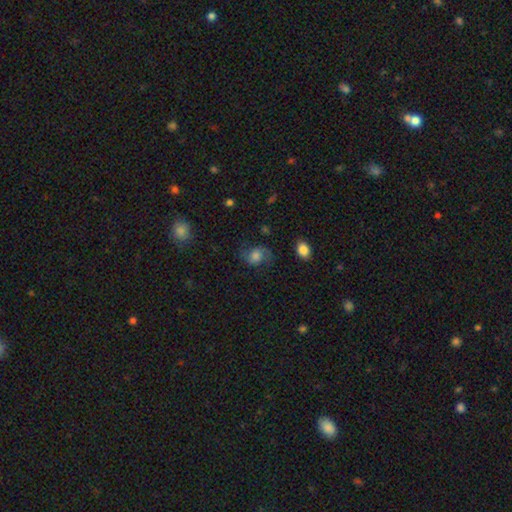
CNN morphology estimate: smooth_or_featured: featured or disk (p=0.50) [alt: smooth p=0.39]
merging: none (p=0.63) [alt: minor disturbance p=0.20]